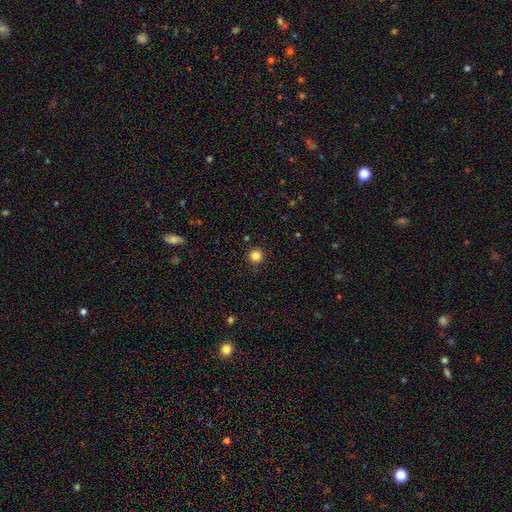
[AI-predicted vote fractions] Smooth or featured?
  - smooth: 83% *
  - star or artifact: 12%
  - featured or disk: 4%
How rounded?
  - round: 96% *
  - in between: 3%
  - cigar-shaped: 1%
Merging?
  - none: 92% *
  - minor disturbance: 5%
  - major disturbance: 2%
  - merger: 1%